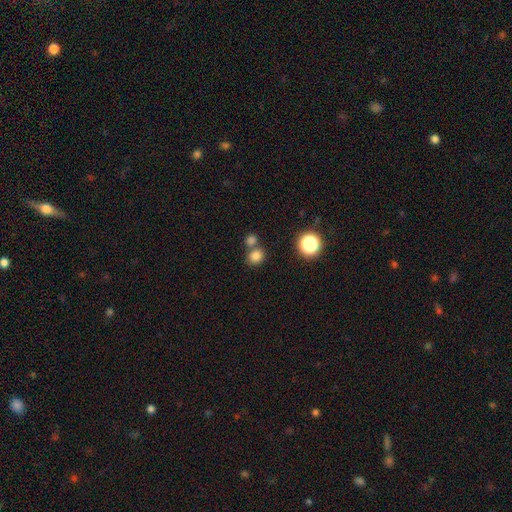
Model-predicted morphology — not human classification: This appears to be a smooth galaxy with no disk features (80%) that is round (74%). Merging: none (58%).